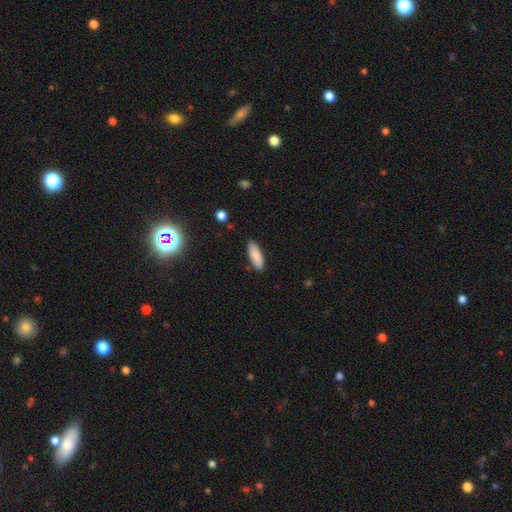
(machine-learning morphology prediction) Overall: smooth (86%). How rounded: in between (64%; cigar-shaped 35%). Merging: none (85%).